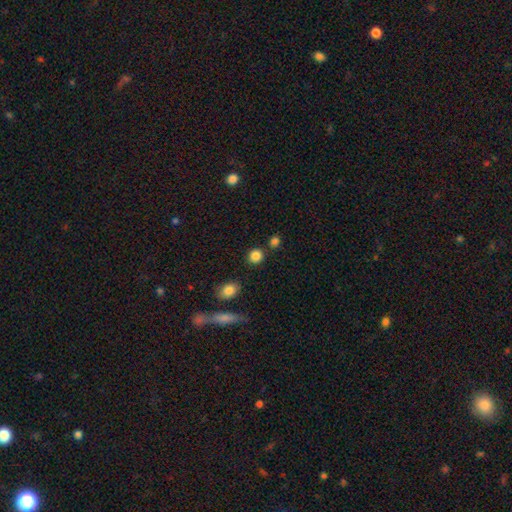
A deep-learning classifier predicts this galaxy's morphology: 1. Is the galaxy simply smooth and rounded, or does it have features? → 85% smooth, 10% star or artifact, 4% featured or disk.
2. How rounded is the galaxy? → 87% round, 12% in between, 1% cigar-shaped.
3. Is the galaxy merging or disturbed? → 82% none, 8% minor disturbance, 7% merger, 3% major disturbance.